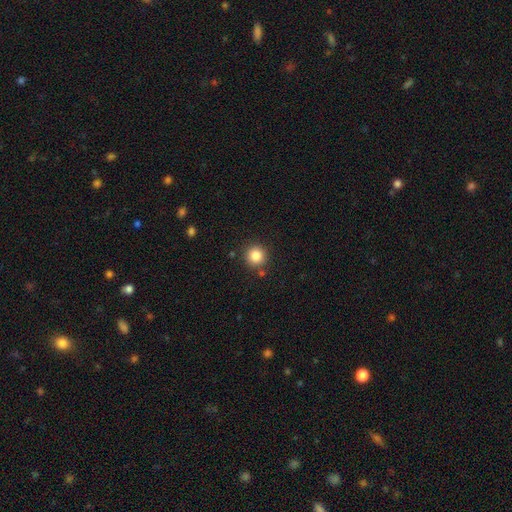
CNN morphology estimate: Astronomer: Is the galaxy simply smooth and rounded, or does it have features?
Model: smooth — 84%.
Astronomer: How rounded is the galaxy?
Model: round — 94%.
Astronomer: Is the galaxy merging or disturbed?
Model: none — 86%.